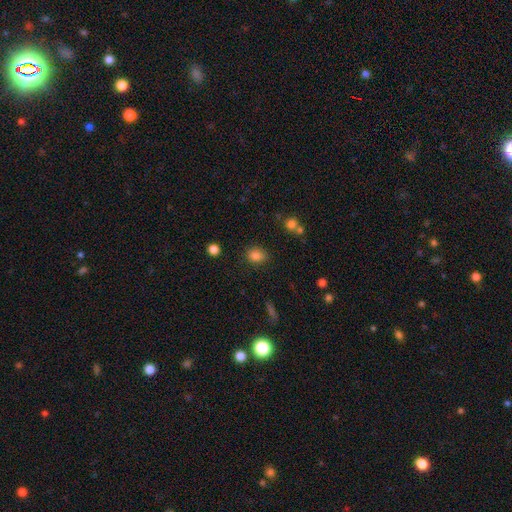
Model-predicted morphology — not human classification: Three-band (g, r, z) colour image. It shows a smooth galaxy with no disk features (84%) that is in between round and cigar-shaped (58%). Merging: none (78%).